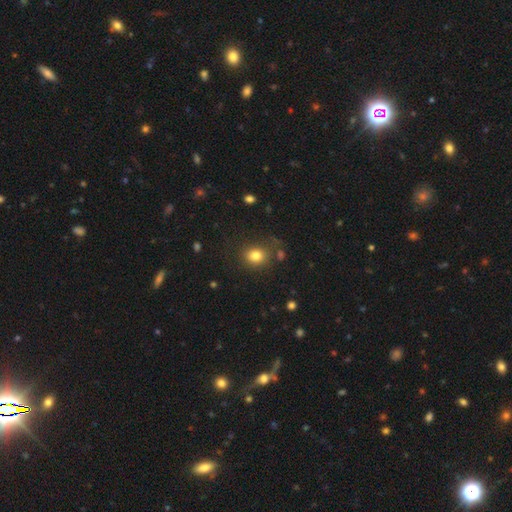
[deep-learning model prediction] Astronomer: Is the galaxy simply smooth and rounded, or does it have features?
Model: smooth — 80%.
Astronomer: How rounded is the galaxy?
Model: round — 71%.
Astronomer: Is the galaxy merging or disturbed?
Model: none — 79%.